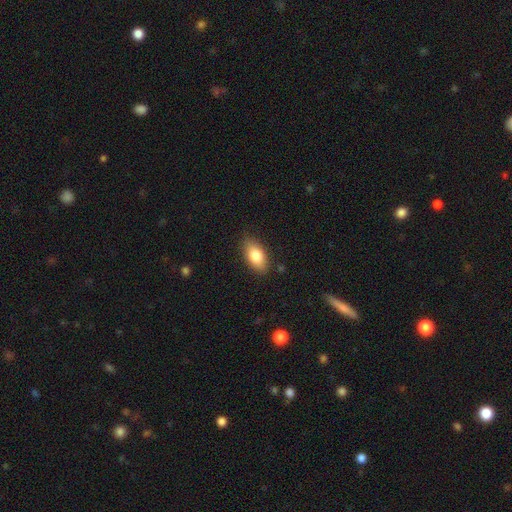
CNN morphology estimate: This is clearly a smooth galaxy (81%). How rounded: clearly in between (90%). Merging: clearly none (85%).